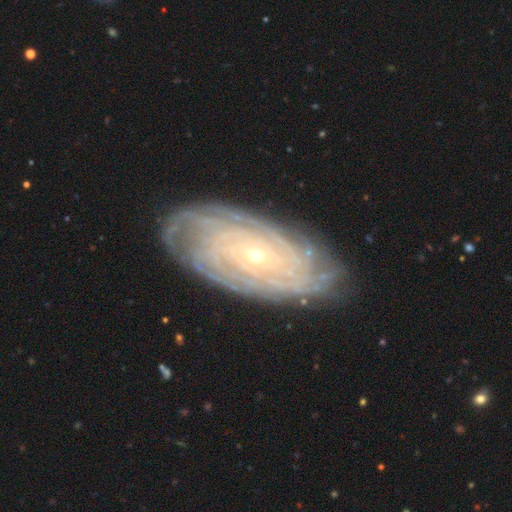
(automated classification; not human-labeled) Smooth or featured: featured or disk — 87% (smooth — 7%)
Edge-on disk: no — 94% (yes — 6%)
Bar: no — 76% (weak — 18%)
Spiral arms: yes — 97% (no — 3%)
Spiral winding: tight — 86% (medium — 11%)
Spiral arm count: can't tell — 32% (more than 4 — 26%)
Bulge size: small — 83% (moderate — 14%)
Merging: none — 83% (minor disturbance — 13%)